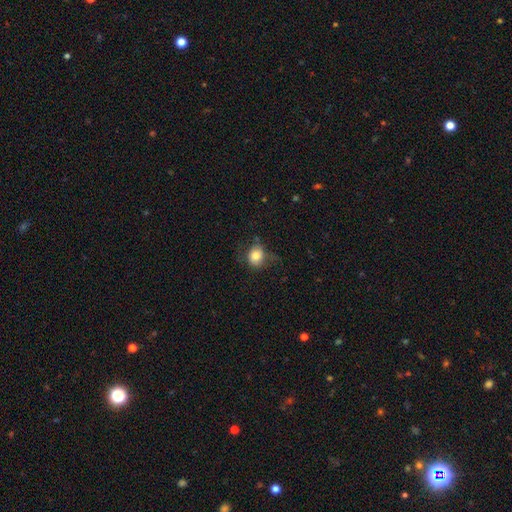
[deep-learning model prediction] The model was most divided on "how rounded": round: 60%, in between: 39%, cigar-shaped: 1%. More confident: smooth or featured — smooth (78%); merging — none (57%).